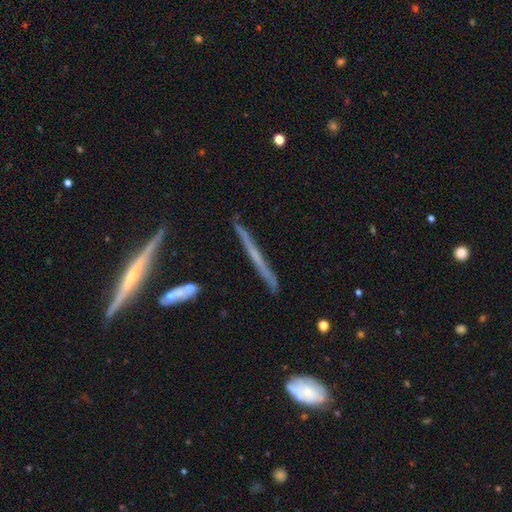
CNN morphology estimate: A featured or disk galaxy (69%) viewed edge-on (96%) with no central bulge (67%).

Vote fractions:
- Smooth or featured? featured or disk: 69% / smooth: 23% / star or artifact: 9%
- Edge-on disk? yes: 96% / no: 4%
- Edge-on bulge? none: 67% / rounded: 25% / boxy: 8%
- Merging? none: 82% / minor disturbance: 12% / merger: 3% / major disturbance: 3%